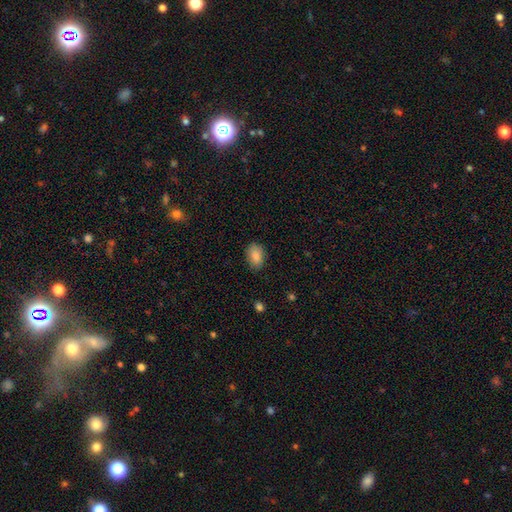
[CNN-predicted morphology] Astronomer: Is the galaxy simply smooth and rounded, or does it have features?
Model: smooth — 86%.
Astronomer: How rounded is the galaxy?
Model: in between — 84%.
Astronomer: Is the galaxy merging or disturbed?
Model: none — 83%.